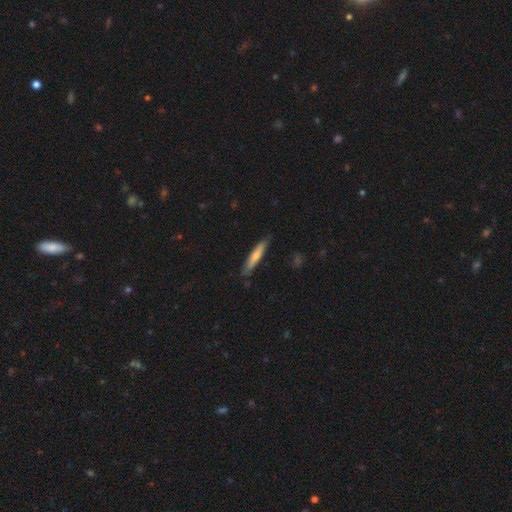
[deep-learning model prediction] The model was most divided on "smooth or featured": smooth: 67%, featured or disk: 28%, star or artifact: 5%. More confident: how rounded — cigar-shaped (90%); merging — none (81%).